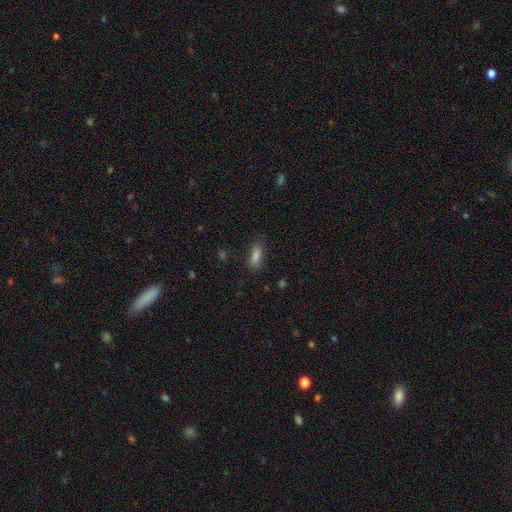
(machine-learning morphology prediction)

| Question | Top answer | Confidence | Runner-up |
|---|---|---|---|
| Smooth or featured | smooth | 78% | star or artifact (14%) |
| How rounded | in between | 69% | cigar-shaped (27%) |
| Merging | none | 79% | minor disturbance (14%) |